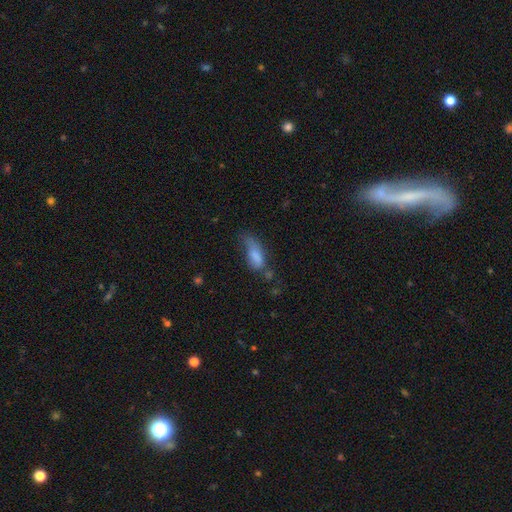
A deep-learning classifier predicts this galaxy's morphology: A smooth galaxy with no disk features (74%) that is in between round and cigar-shaped (73%).

Vote fractions:
- Smooth or featured? smooth: 74% / featured or disk: 16% / star or artifact: 9%
- How rounded? in between: 73% / cigar-shaped: 24% / round: 3%
- Merging? minor disturbance: 34% / major disturbance: 31% / none: 27% / merger: 8%